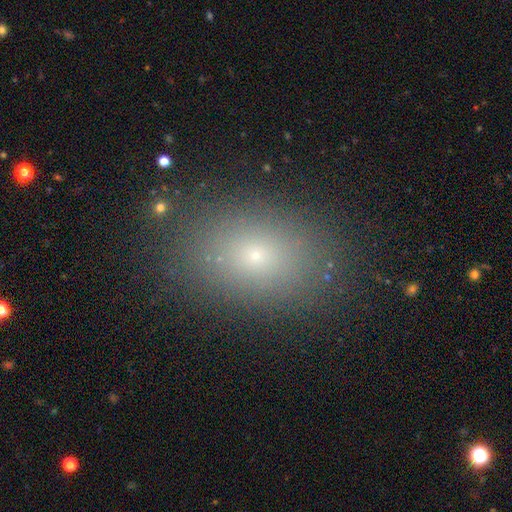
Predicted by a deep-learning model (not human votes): This appears to be a smooth galaxy with no disk features (67%) that is in between round and cigar-shaped (73%). Merging: none (85%).